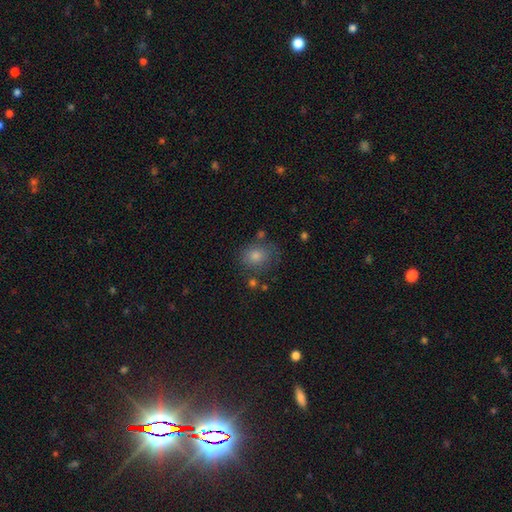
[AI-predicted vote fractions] The model was most divided on "how rounded": round: 65%, in between: 34%, cigar-shaped: 1%. More confident: merging — none (73%); smooth or featured — smooth (69%).